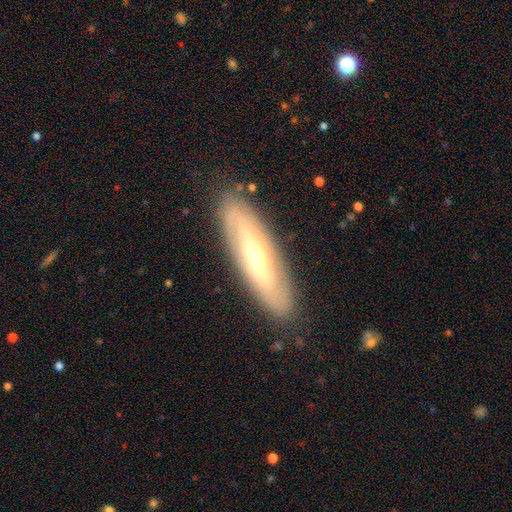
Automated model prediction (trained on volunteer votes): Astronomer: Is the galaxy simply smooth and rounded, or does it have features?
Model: featured or disk — 64%.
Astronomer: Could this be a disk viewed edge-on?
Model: no — 64%.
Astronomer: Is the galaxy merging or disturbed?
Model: none — 86%.